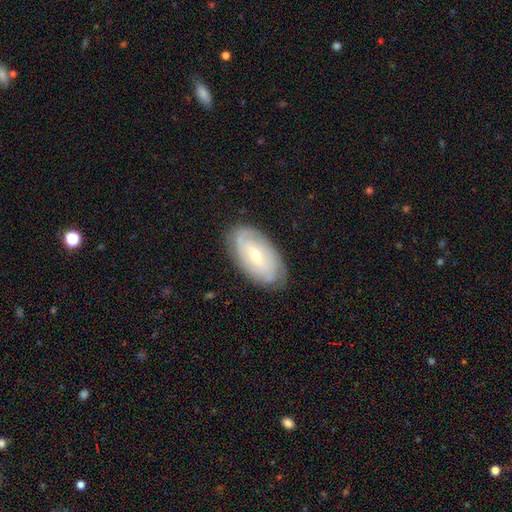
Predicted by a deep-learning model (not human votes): Smooth or featured: featured or disk — 63% (smooth — 30%)
Edge-on disk: no — 91% (yes — 9%)
Bar: weak — 47% (no — 35%)
Spiral arms: yes — 76% (no — 24%)
Bulge size: small — 56% (moderate — 41%)
Merging: none — 82% (minor disturbance — 14%)